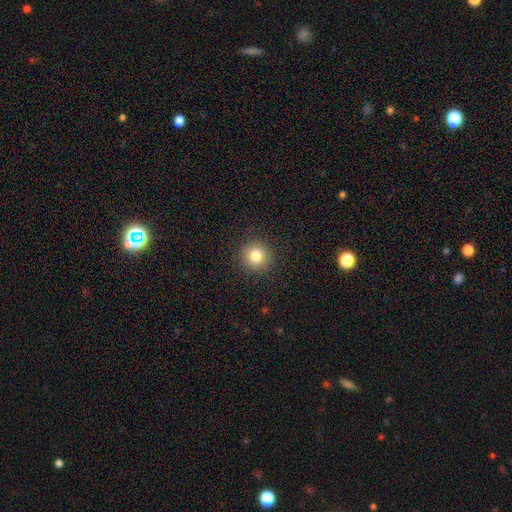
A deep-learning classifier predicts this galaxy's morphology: Q: Smooth or featured?
A: smooth (82%); runner-up: star or artifact (11%)
Q: How rounded?
A: round (95%); runner-up: in between (5%)
Q: Merging?
A: none (91%); runner-up: minor disturbance (5%)